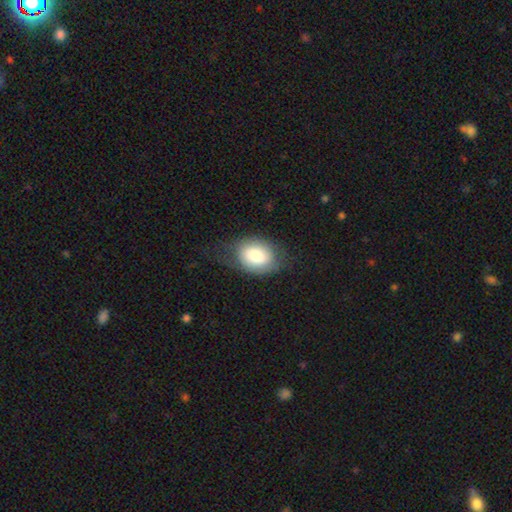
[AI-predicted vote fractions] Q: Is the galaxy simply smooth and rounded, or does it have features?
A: smooth — 76%.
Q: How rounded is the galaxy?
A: in between — 75%.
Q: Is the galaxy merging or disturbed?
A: none — 61%.